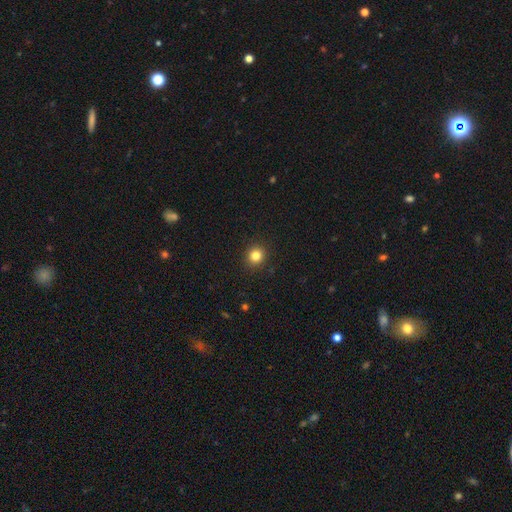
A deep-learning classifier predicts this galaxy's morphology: A smooth galaxy with no disk features (83%) that is round (89%). Merging: none (92%).